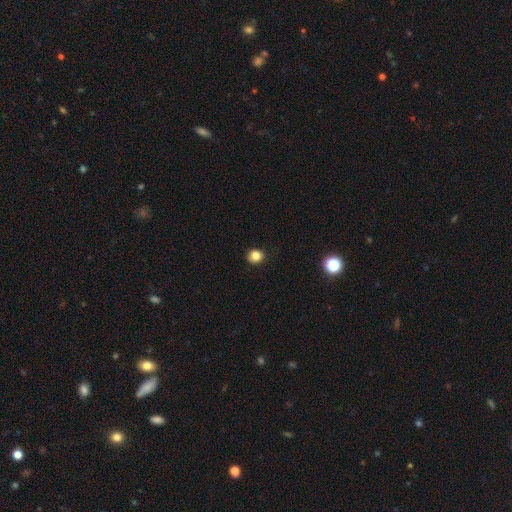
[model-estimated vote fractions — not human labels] Smooth or featured: smooth — 83% (star or artifact — 12%)
How rounded: round — 83% (in between — 16%)
Merging: none — 90% (minor disturbance — 7%)